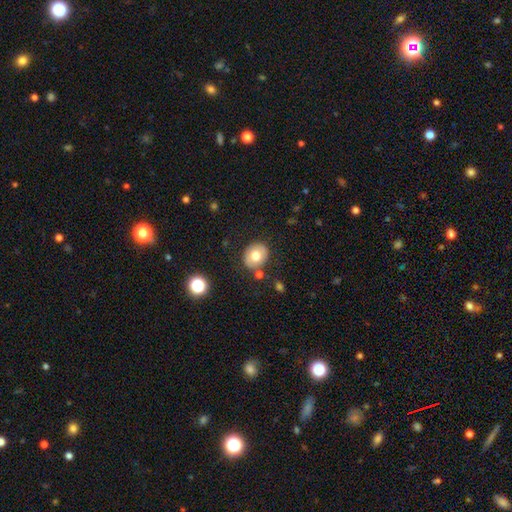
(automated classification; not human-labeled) Morphology: type=smooth (72%); roundness=round (70%); merging=none (82%).